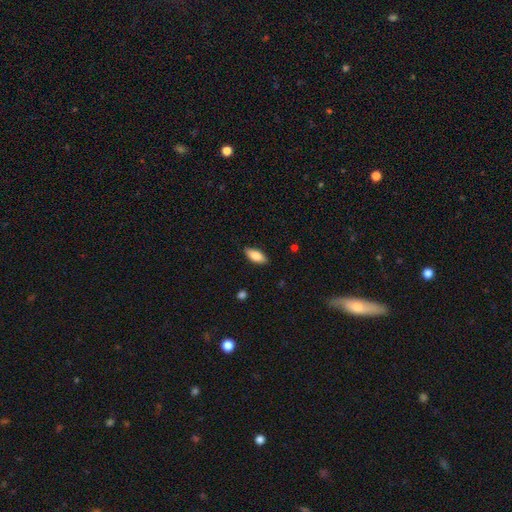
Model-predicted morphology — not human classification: The model was most divided on "how rounded": in between: 85%, cigar-shaped: 13%, round: 2%. More confident: merging — none (85%); smooth or featured — smooth (84%).